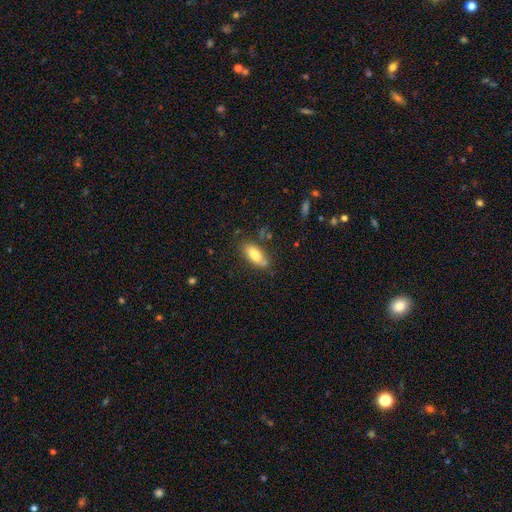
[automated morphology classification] Overall: smooth (76%). How rounded: in between (80%). Merging: none (71%).